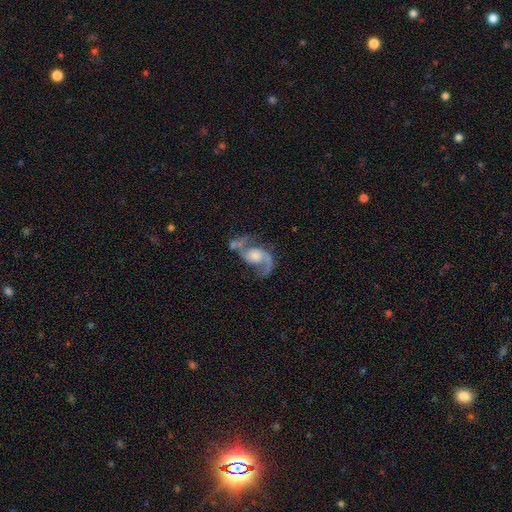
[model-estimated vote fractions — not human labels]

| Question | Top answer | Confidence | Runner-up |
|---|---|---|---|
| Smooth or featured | featured or disk | 89% | smooth (6%) |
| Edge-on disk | no | 97% | yes (3%) |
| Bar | no | 63% | weak (31%) |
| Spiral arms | yes | 97% | no (3%) |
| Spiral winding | loose | 51% | medium (41%) |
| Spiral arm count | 2 | 91% | 1 (5%) |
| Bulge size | moderate | 45% | small (25%) |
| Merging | none | 54% | minor disturbance (19%) |